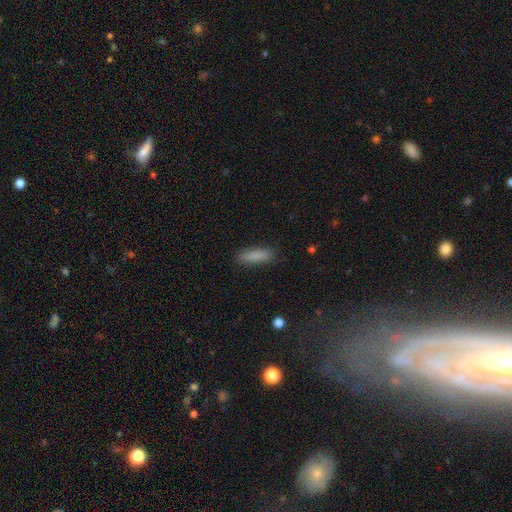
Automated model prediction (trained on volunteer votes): smooth-or-featured: smooth: 87% | star or artifact: 7% | featured or disk: 6%
  how-rounded: cigar-shaped: 60% | in between: 38% | round: 2%
  merging: none: 88% | minor disturbance: 9% | major disturbance: 2% | merger: 1%